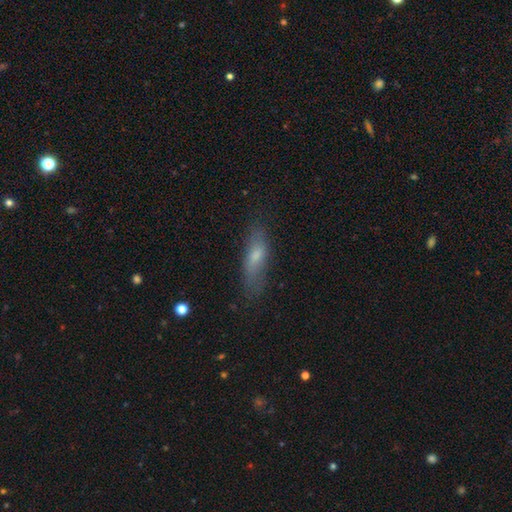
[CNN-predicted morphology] smooth 62%, featured or disk 29%, star or artifact 9%. Down the decision tree: how rounded — cigar-shaped (61%); merging — none (75%).